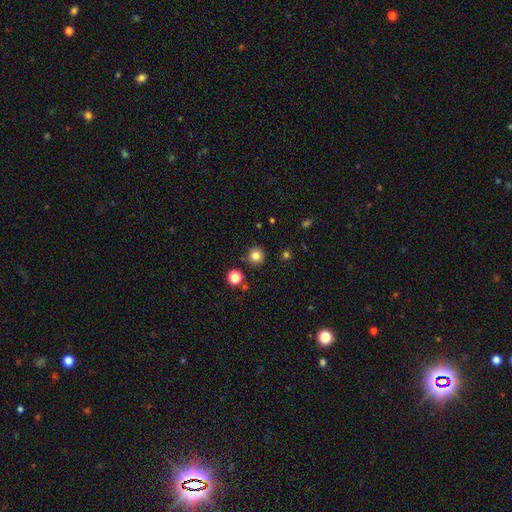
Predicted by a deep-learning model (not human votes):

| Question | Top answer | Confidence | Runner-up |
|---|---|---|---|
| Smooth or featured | smooth | 83% | star or artifact (13%) |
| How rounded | round | 96% | in between (3%) |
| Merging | none | 91% | minor disturbance (5%) |